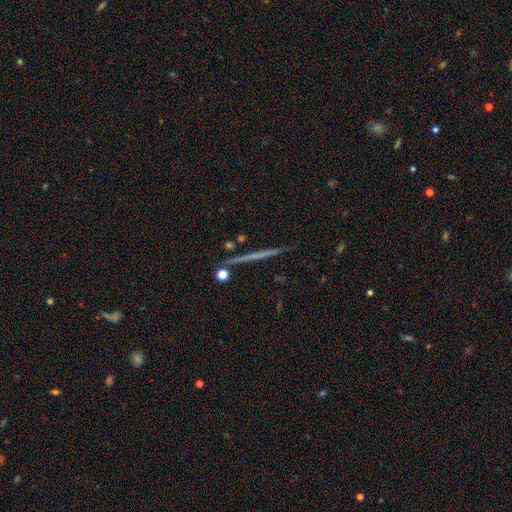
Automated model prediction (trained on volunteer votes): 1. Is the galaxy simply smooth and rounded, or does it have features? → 61% featured or disk, 28% smooth, 10% star or artifact.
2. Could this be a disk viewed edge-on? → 97% yes, 3% no.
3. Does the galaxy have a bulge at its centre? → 84% none, 12% rounded, 4% boxy.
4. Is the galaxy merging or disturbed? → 90% none, 6% minor disturbance, 2% merger, 2% major disturbance.